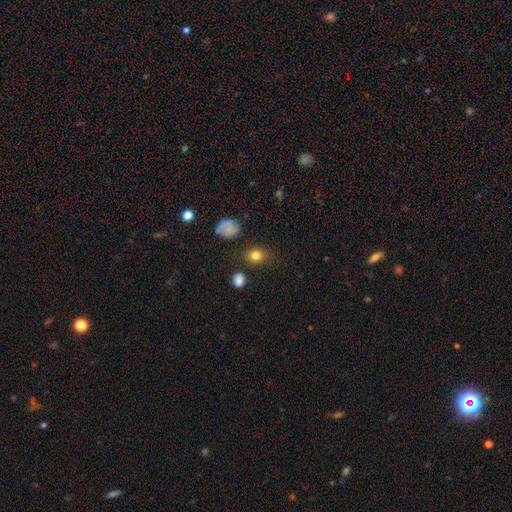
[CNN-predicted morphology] Smooth or featured: smooth — 80% (star or artifact — 12%)
How rounded: round — 58% (in between — 41%)
Merging: none — 79% (minor disturbance — 13%)